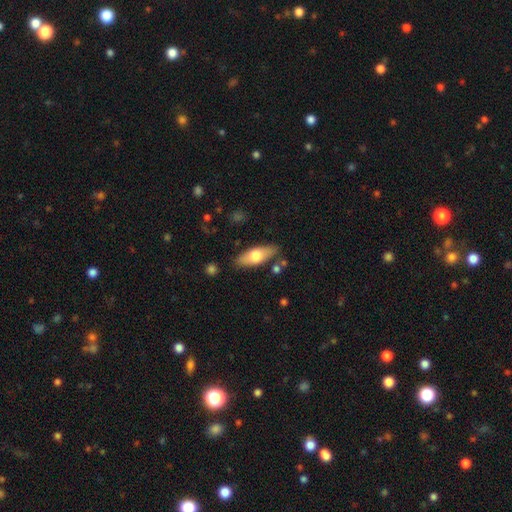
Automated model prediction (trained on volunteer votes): smooth-or-featured: smooth: 62% | featured or disk: 32% | star or artifact: 6%
  how-rounded: in between: 69% | cigar-shaped: 28% | round: 3%
  merging: none: 83% | minor disturbance: 11% | merger: 3% | major disturbance: 2%